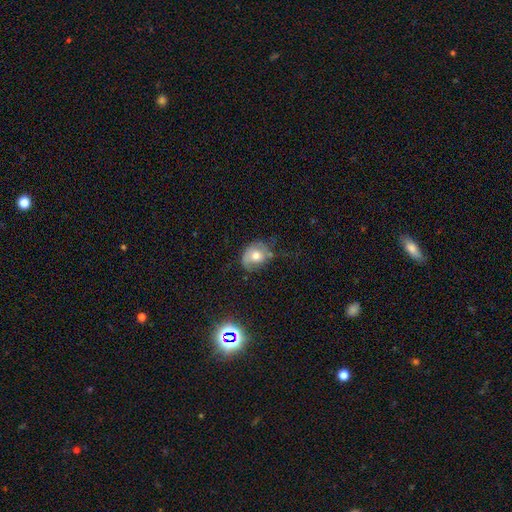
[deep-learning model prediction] The model was most divided on "merging": none: 46%, minor disturbance: 32%, major disturbance: 18%, merger: 4%. More confident: how rounded — round (57%); smooth or featured — smooth (53%).